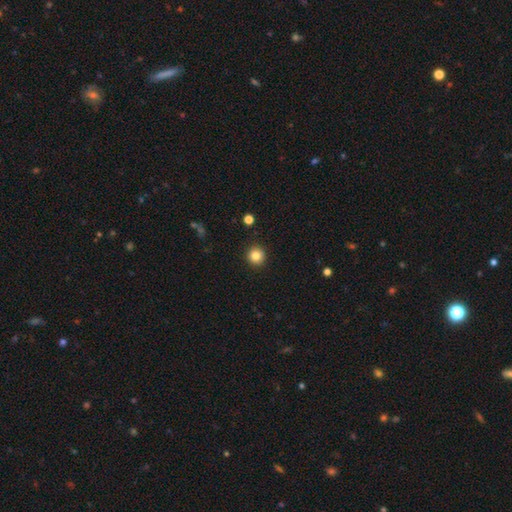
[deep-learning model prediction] The model was most divided on "smooth or featured": smooth: 84%, star or artifact: 11%, featured or disk: 5%. More confident: how rounded — round (95%); merging — none (92%).